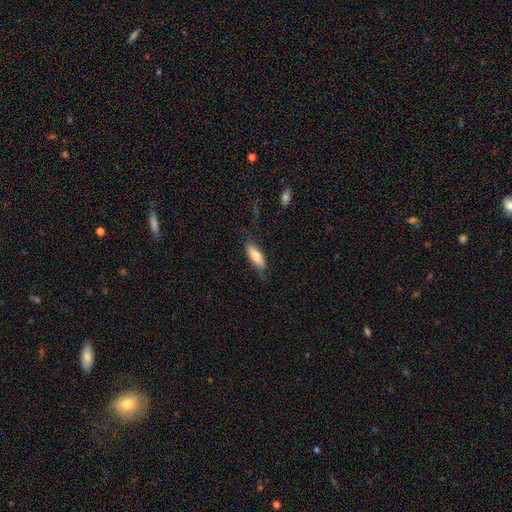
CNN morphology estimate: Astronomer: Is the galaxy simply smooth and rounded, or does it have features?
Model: smooth — 74%.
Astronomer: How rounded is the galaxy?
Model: in between — 56% (runner-up: cigar-shaped, 42%).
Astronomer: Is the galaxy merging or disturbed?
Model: none — 65%.